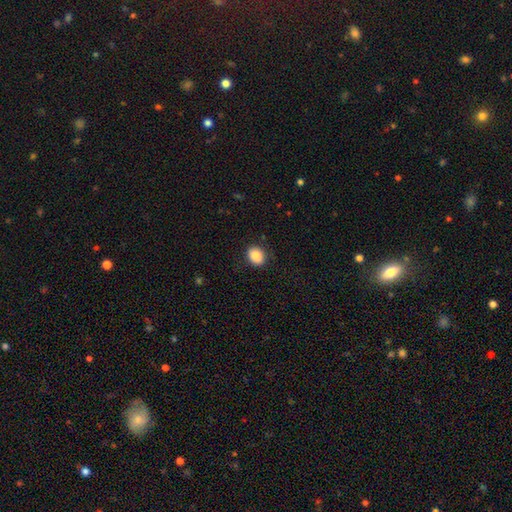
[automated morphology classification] Smooth or featured: smooth — 88% (star or artifact — 8%)
How rounded: in between — 54% (round — 45%)
Merging: none — 86% (minor disturbance — 10%)